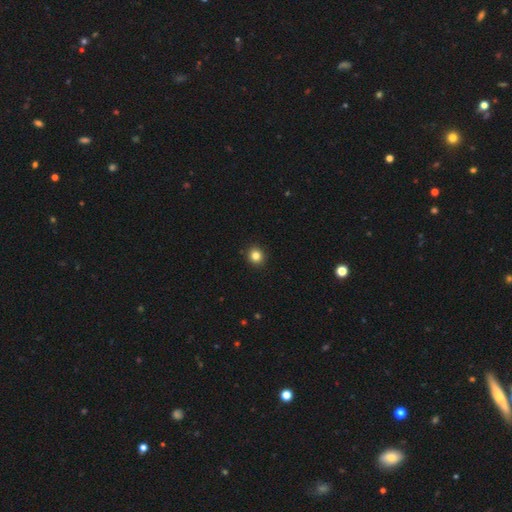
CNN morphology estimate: The model was most divided on "smooth or featured": smooth: 83%, star or artifact: 11%, featured or disk: 5%. More confident: merging — none (93%); how rounded — round (86%).